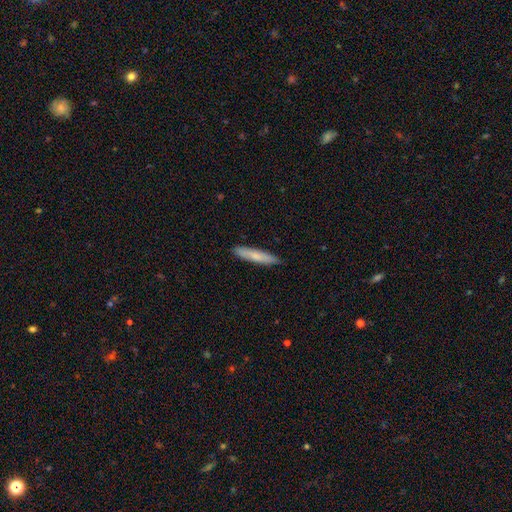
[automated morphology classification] Smooth or featured: smooth — 74% (featured or disk — 21%)
How rounded: cigar-shaped — 89% (in between — 10%)
Merging: none — 89% (minor disturbance — 8%)